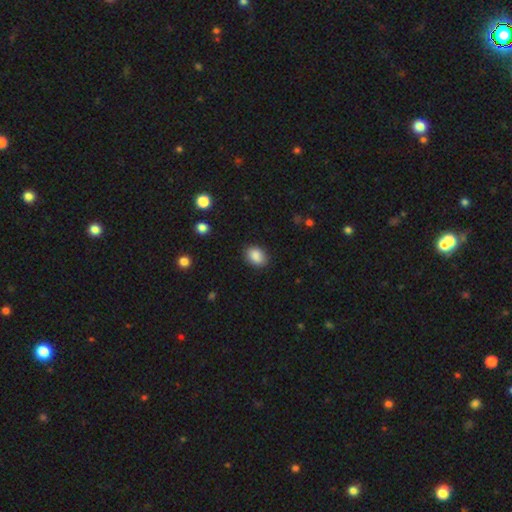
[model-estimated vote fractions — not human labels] Morphology: type=smooth (87%); roundness=in between (75%); merging=none (81%).